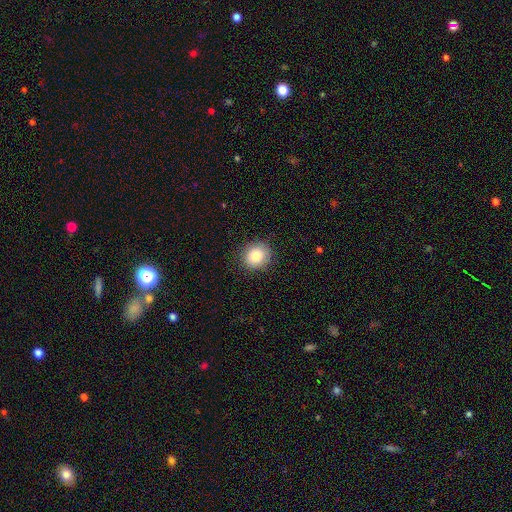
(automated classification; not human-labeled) The model was most divided on "how rounded": round: 80%, in between: 20%, cigar-shaped: 1%. More confident: merging — none (87%); smooth or featured — smooth (81%).